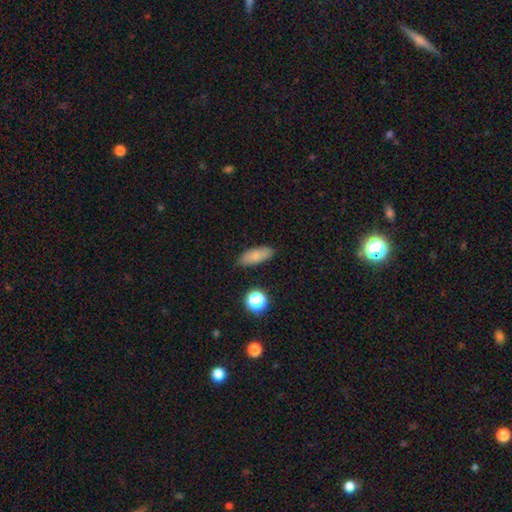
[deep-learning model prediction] smooth_or_featured: smooth (p=0.83) [alt: star or artifact p=0.09]
how_rounded: in between (p=0.74) [alt: cigar-shaped p=0.22]
merging: none (p=0.85) [alt: minor disturbance p=0.11]